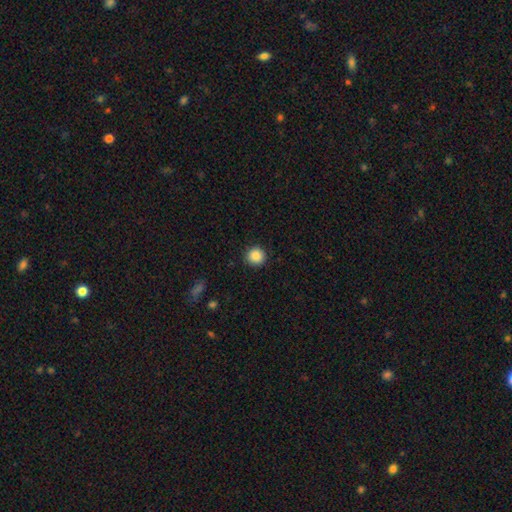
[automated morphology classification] Smooth or featured? smooth (87%)
How rounded? round (94%)
Merging? none (91%)